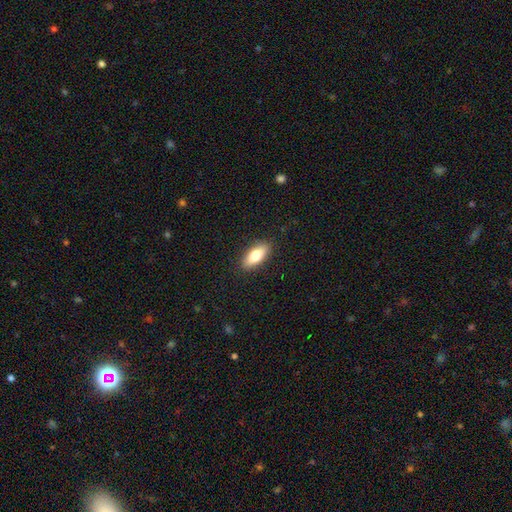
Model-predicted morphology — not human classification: Smooth or featured? smooth (78%)
How rounded? in between (78%)
Merging? none (89%)